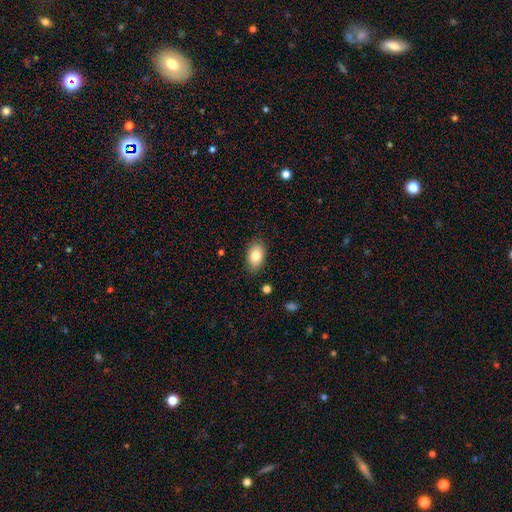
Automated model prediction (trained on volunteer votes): smooth_or_featured: smooth (p=0.83) [alt: featured or disk p=0.09]
how_rounded: in between (p=0.89) [alt: round p=0.09]
merging: none (p=0.84) [alt: minor disturbance p=0.12]